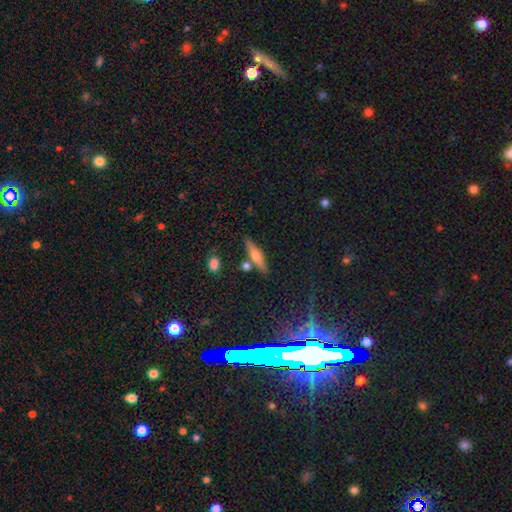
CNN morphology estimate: smooth_or_featured: smooth (p=0.47) [alt: featured or disk p=0.46]
merging: none (p=0.78) [alt: minor disturbance p=0.10]